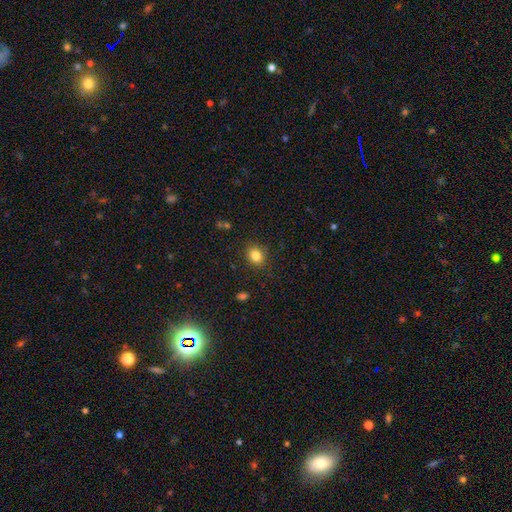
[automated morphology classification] Smooth or featured? Predicted: smooth (p=0.84). How rounded? Predicted: round (p=0.56). Merging? Predicted: none (p=0.86).